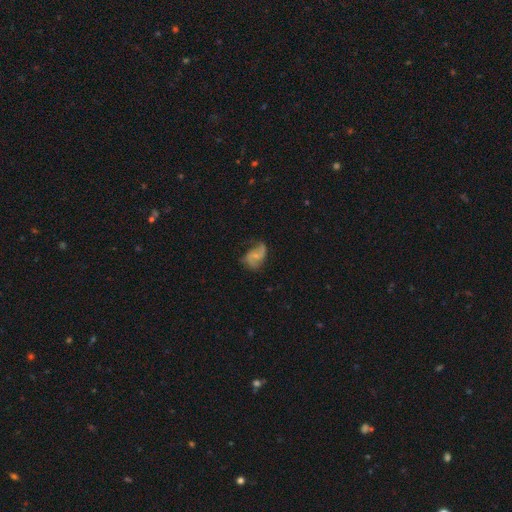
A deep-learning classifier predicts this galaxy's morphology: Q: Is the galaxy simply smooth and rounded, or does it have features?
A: featured or disk — 73%.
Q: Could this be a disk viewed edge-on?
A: no — 98%.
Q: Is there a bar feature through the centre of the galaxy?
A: no — 52%.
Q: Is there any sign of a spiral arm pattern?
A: yes — 92%.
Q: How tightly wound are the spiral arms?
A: loose — 57%.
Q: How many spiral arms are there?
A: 2 — 86%.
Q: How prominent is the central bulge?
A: small — 55%.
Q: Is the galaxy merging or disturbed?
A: none — 56%.